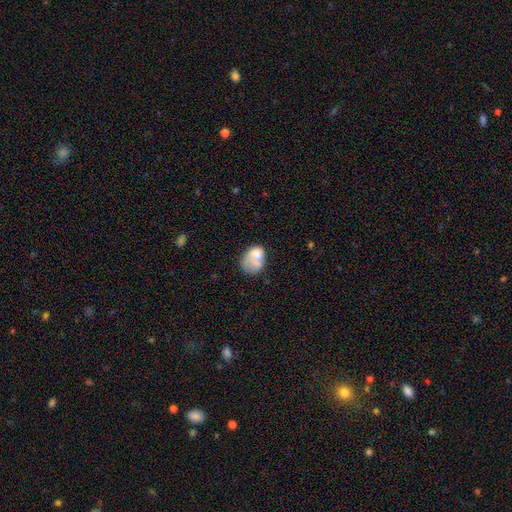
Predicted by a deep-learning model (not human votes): smooth_or_featured: smooth (p=0.64) [alt: featured or disk p=0.27]
how_rounded: in between (p=0.71) [alt: round p=0.28]
merging: none (p=0.32) [alt: minor disturbance p=0.25]